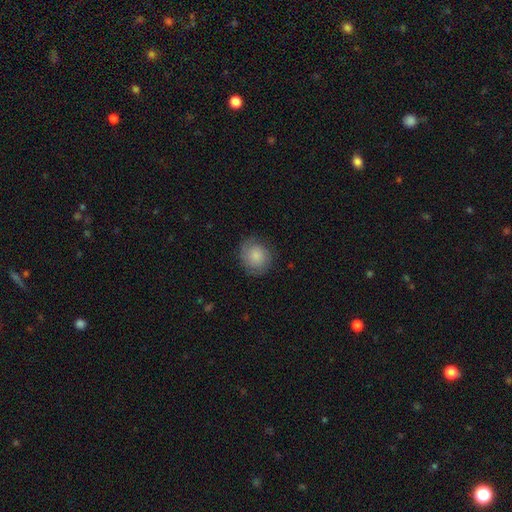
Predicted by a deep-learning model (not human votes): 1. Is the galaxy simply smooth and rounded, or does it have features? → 75% smooth, 18% featured or disk, 7% star or artifact.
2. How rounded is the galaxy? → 82% round, 17% in between, 1% cigar-shaped.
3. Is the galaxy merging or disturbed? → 79% none, 15% minor disturbance, 5% major disturbance, 1% merger.